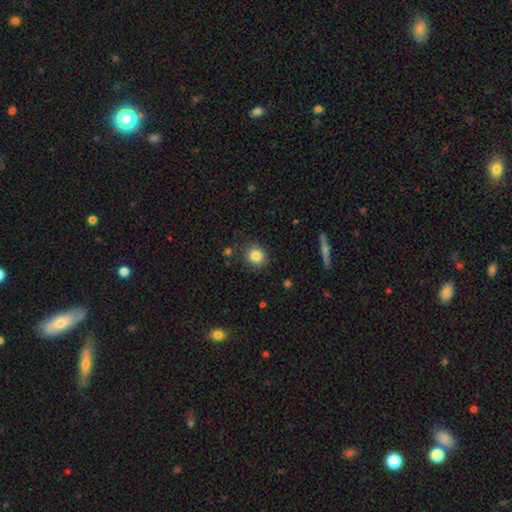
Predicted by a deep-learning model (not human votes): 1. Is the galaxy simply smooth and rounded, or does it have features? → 83% smooth, 10% star or artifact, 7% featured or disk.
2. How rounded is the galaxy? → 85% round, 14% in between, 1% cigar-shaped.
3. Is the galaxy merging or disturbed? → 84% none, 11% minor disturbance, 3% major disturbance, 2% merger.